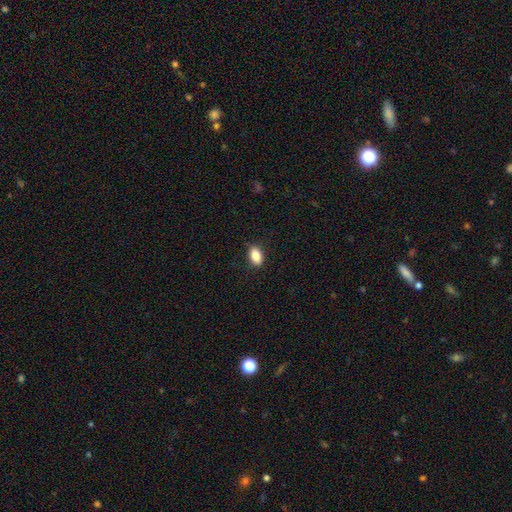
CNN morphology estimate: A smooth galaxy with no disk features (86%) that is in between round and cigar-shaped (89%). Merging: none (87%).